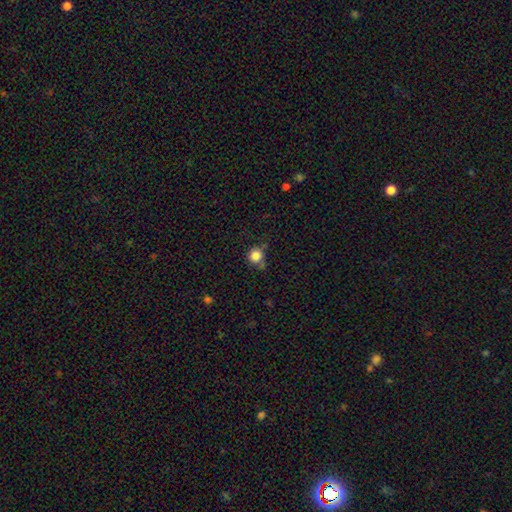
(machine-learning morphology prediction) Overall: smooth (82%). How rounded: round (90%). Merging: none (61%; minor disturbance 25%).